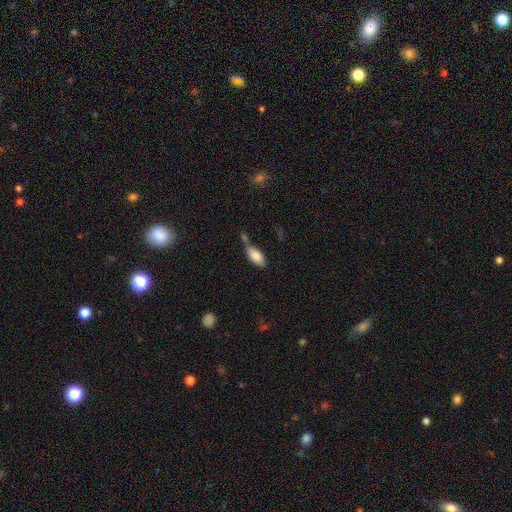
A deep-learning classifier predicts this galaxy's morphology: Smooth or featured? Predicted: smooth (p=0.84). How rounded? Predicted: in between (p=0.89). Merging? Predicted: none (p=0.44).